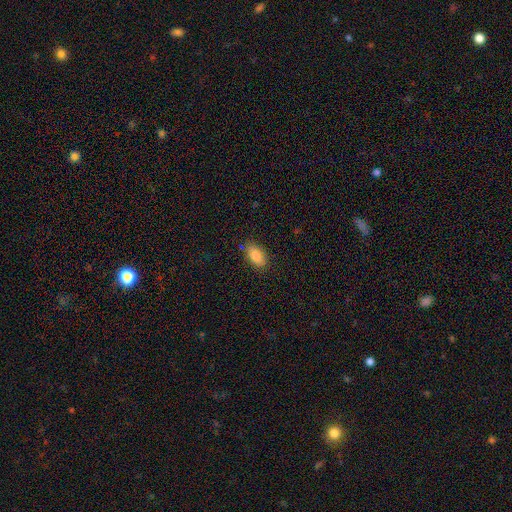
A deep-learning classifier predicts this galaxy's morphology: Overall: smooth (85%). How rounded: in between (91%). Merging: none (83%).